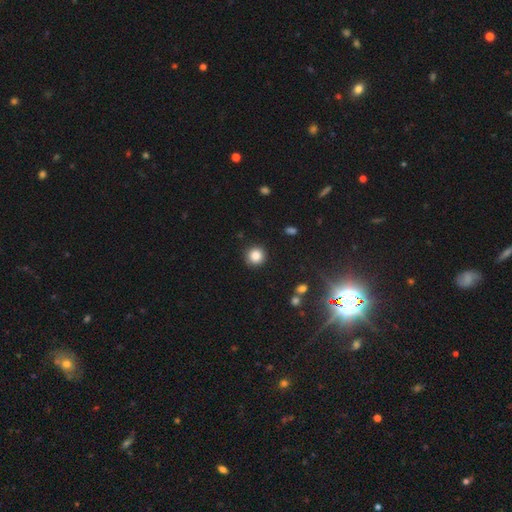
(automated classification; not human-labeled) Morphology: type=smooth (85%); roundness=round (94%); merging=none (90%).